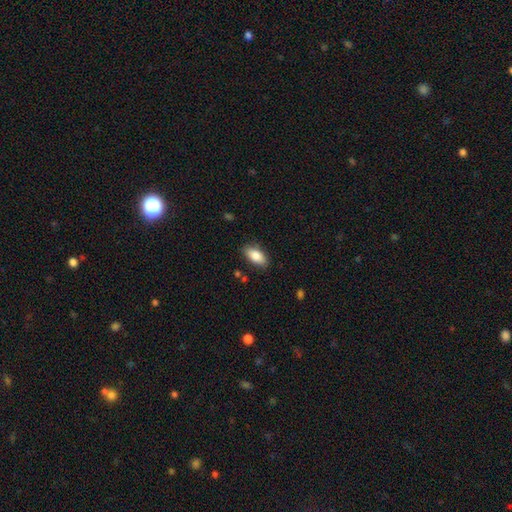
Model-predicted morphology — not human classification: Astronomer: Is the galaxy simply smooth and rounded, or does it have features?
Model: smooth — 84%.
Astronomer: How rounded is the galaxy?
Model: in between — 90%.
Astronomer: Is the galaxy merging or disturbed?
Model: none — 85%.